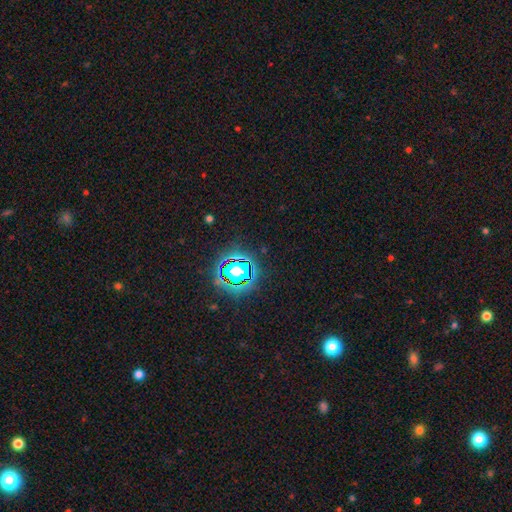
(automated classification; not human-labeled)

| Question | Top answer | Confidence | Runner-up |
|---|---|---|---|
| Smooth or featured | star or artifact | 79% | smooth (13%) |